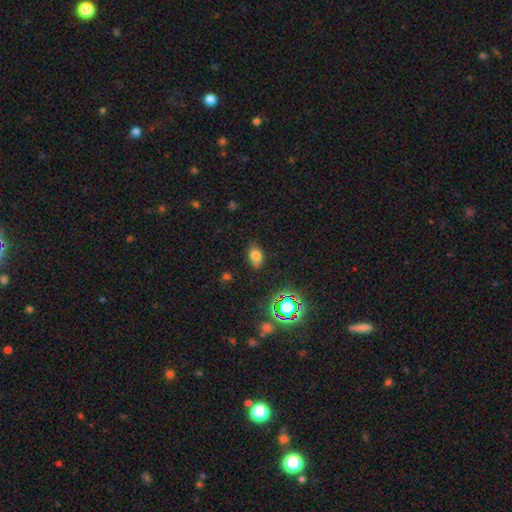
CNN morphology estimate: A smooth galaxy with no disk features (75%) that is in between round and cigar-shaped (78%). Merging: none (77%).